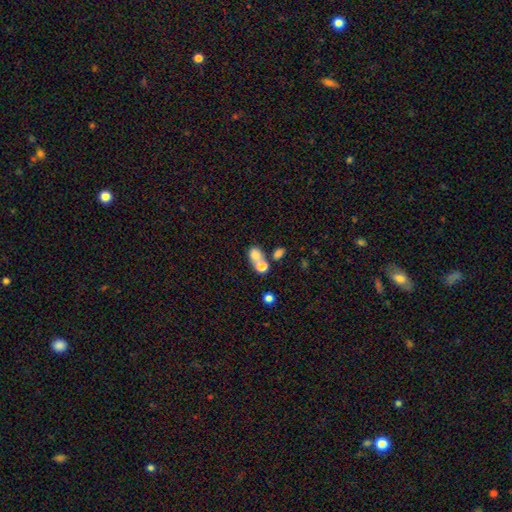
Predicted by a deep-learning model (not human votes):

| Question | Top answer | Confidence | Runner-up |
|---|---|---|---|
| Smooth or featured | smooth | 75% | featured or disk (13%) |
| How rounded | in between | 57% | round (41%) |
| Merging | merger | 53% | none (32%) |